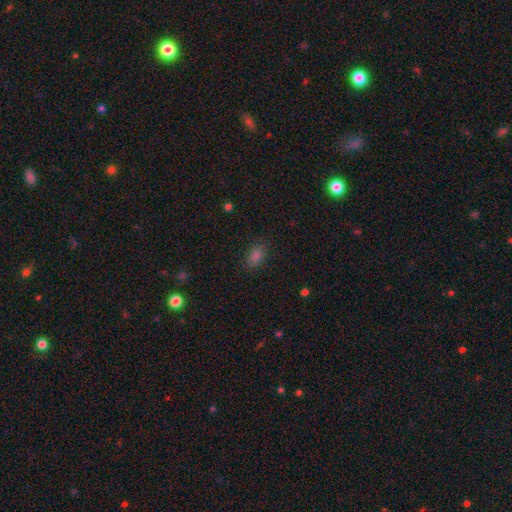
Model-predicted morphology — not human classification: This appears to be a smooth galaxy with no disk features (78%) that is in between round and cigar-shaped (85%). Merging: none (85%).